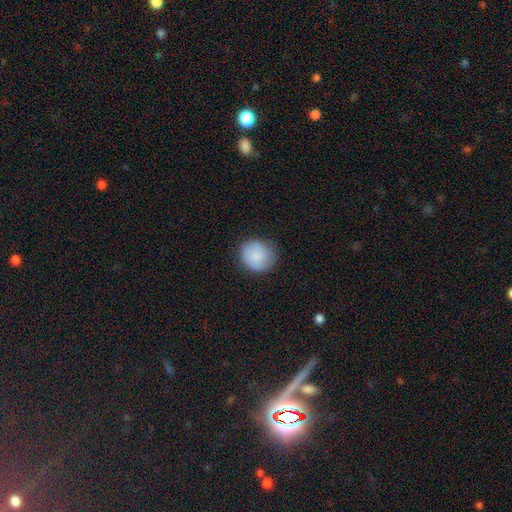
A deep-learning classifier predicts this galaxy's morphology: Smooth or featured: smooth — 83% (featured or disk — 11%)
How rounded: round — 83% (in between — 16%)
Merging: none — 73% (minor disturbance — 21%)